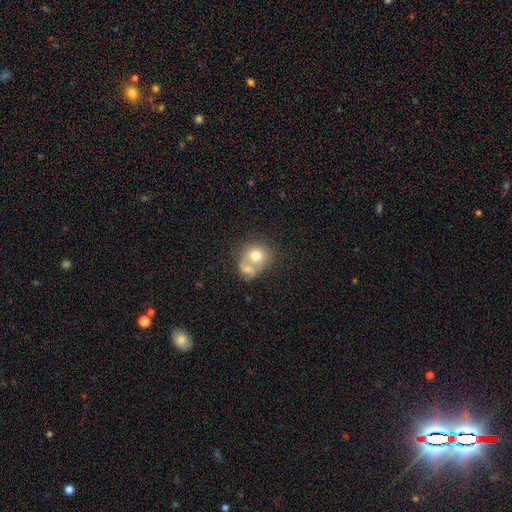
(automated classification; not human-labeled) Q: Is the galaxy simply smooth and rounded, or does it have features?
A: smooth — 70%.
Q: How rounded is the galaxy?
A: round — 71%.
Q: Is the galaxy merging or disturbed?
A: merger — 58%.